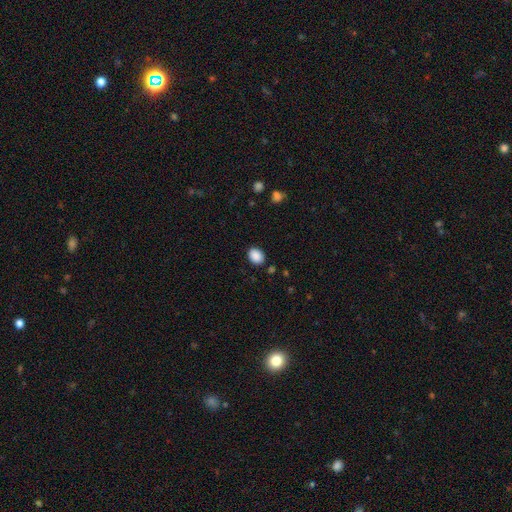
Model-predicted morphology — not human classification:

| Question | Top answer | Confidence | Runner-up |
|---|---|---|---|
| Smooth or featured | smooth | 89% | star or artifact (8%) |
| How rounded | in between | 63% | round (36%) |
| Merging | none | 87% | minor disturbance (9%) |